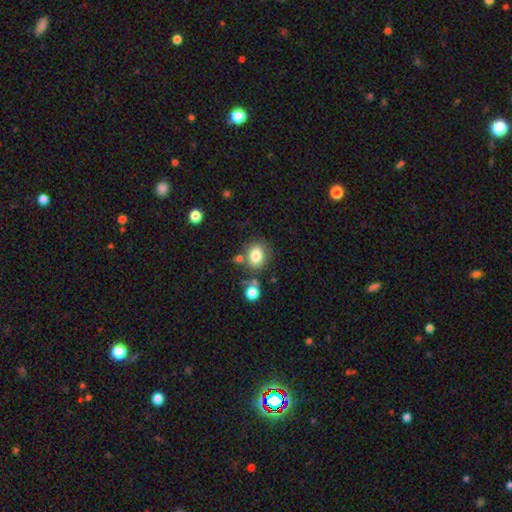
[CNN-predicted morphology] Smooth or featured? smooth (81%)
How rounded? in between (52%)
Merging? none (69%)